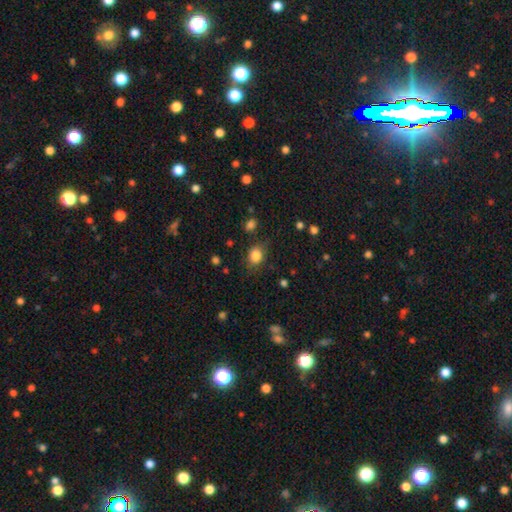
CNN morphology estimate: smooth 84%, star or artifact 11%, featured or disk 5%. Down the decision tree: how rounded — round (56%); merging — none (76%).